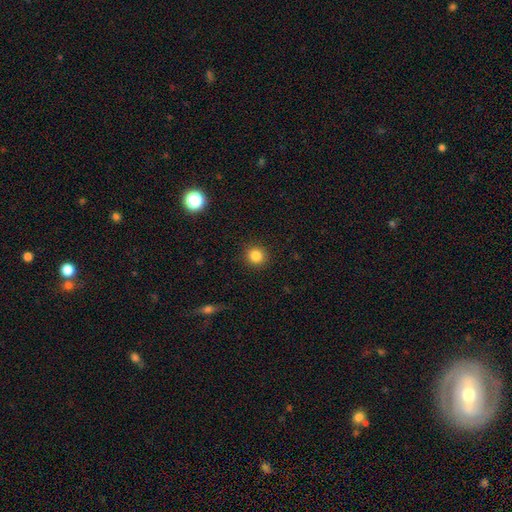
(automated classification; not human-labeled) This appears to be a smooth galaxy with no disk features (84%) that is round (93%). Merging: none (92%).